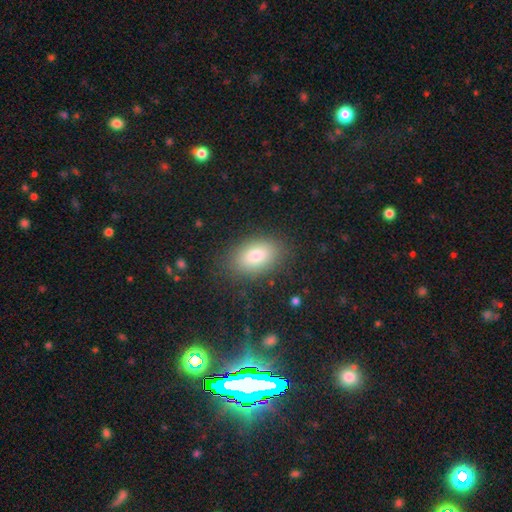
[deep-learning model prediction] A smooth galaxy with no disk features (80%) that is in between round and cigar-shaped (89%).

Vote fractions:
- Smooth or featured? smooth: 80% / featured or disk: 11% / star or artifact: 9%
- How rounded? in between: 89% / round: 10% / cigar-shaped: 2%
- Merging? none: 84% / minor disturbance: 11% / major disturbance: 4% / merger: 1%